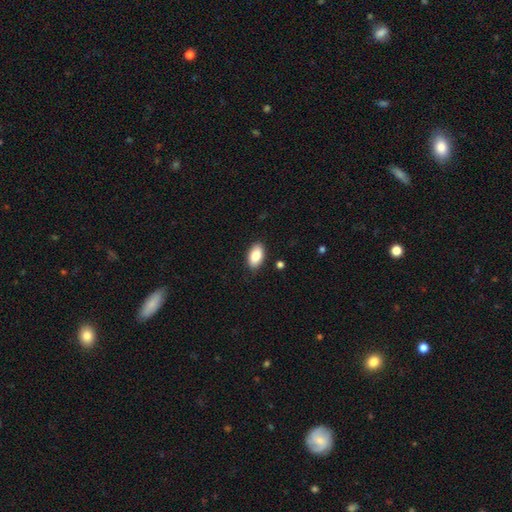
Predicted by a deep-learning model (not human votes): Overall: smooth (84%). How rounded: in between (94%). Merging: none (87%).